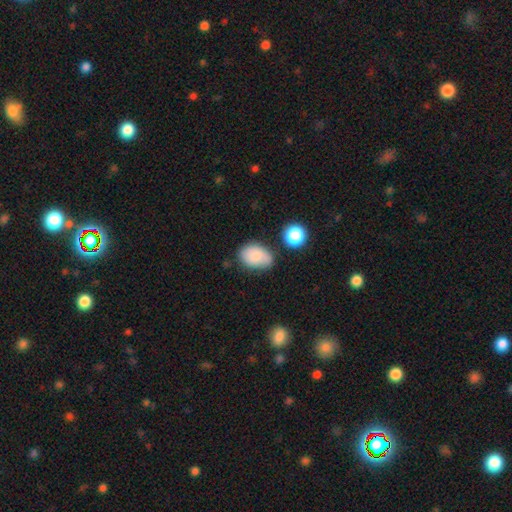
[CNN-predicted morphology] Smooth or featured: smooth — 80% (featured or disk — 11%)
How rounded: in between — 80% (round — 19%)
Merging: none — 61% (minor disturbance — 24%)